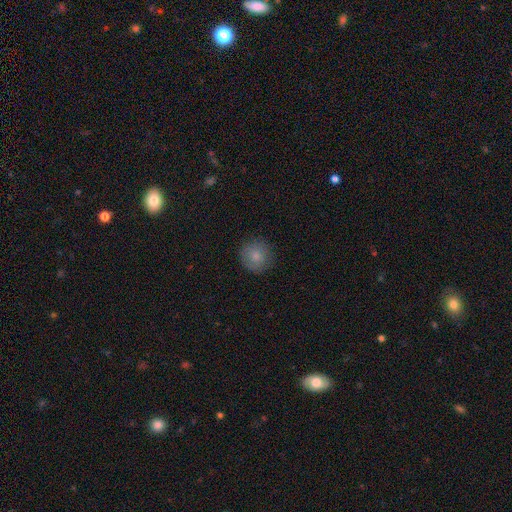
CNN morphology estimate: Smooth or featured: smooth — 83% (featured or disk — 9%)
How rounded: round — 93% (in between — 6%)
Merging: none — 85% (minor disturbance — 11%)